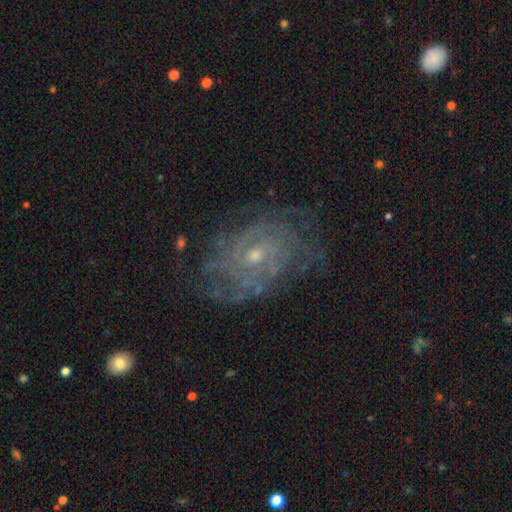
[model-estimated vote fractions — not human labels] Smooth or featured? featured or disk (81%)
Edge-on disk? no (97%)
Bar? no (68%)
Spiral arms? yes (90%)
Spiral winding? tight (66%)
Spiral arm count? can't tell (50%)
Bulge size? small (64%)
Merging? none (71%)